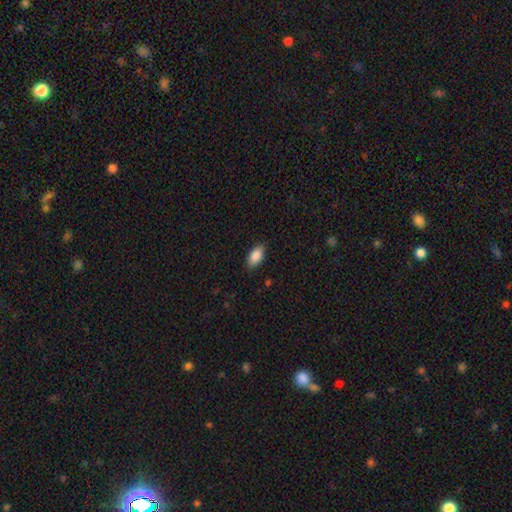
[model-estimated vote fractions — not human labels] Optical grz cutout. It shows a smooth galaxy with no disk features (88%) that is in between round and cigar-shaped (92%). Merging: none (86%).